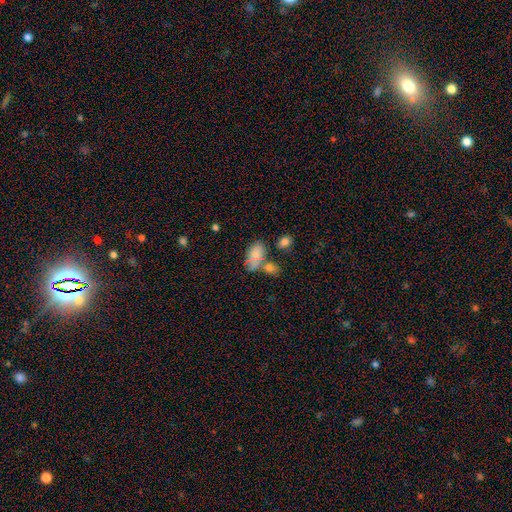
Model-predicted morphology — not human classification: Smooth or featured?
  - smooth: 77% *
  - featured or disk: 13%
  - star or artifact: 10%
How rounded?
  - in between: 91% *
  - round: 6%
  - cigar-shaped: 3%
Merging?
  - none: 40% *
  - merger: 32%
  - minor disturbance: 18%
  - major disturbance: 9%